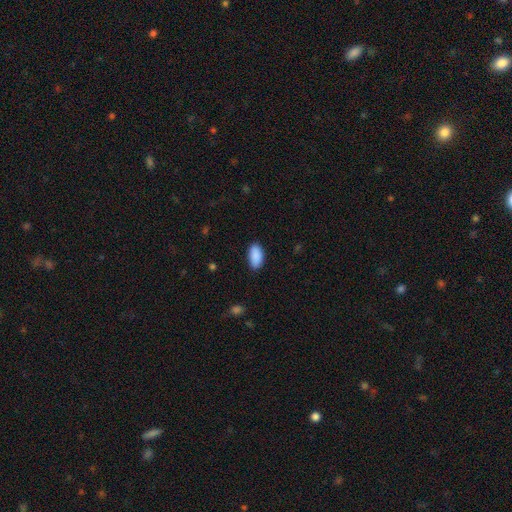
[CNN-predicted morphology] A smooth galaxy with no disk features (91%) that is in between round and cigar-shaped (95%).

Vote fractions:
- Smooth or featured? smooth: 91% / star or artifact: 6% / featured or disk: 3%
- How rounded? in between: 95% / cigar-shaped: 3% / round: 2%
- Merging? none: 86% / minor disturbance: 11% / major disturbance: 2% / merger: 1%